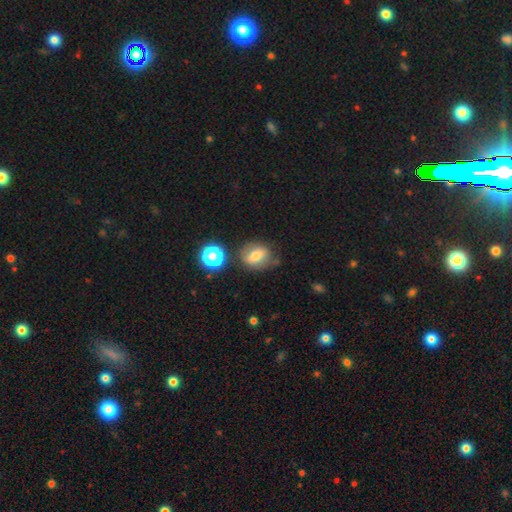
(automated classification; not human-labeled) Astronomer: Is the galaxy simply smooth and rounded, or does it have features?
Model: smooth — 65%.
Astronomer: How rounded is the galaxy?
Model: in between — 53% (runner-up: round, 45%).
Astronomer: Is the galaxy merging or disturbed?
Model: none — 64%.